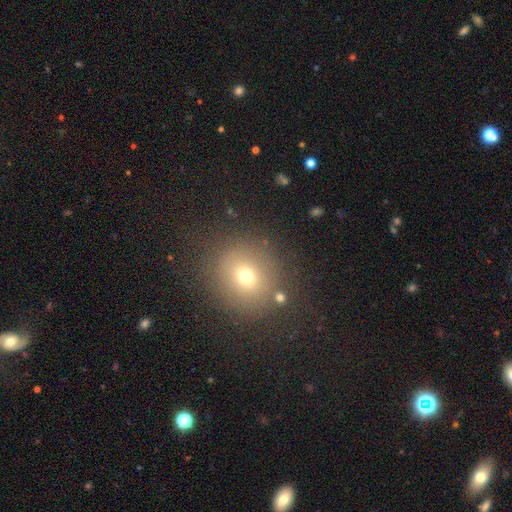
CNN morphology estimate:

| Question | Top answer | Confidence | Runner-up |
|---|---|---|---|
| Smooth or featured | smooth | 63% | star or artifact (27%) |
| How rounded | round | 83% | in between (16%) |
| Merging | none | 86% | minor disturbance (8%) |